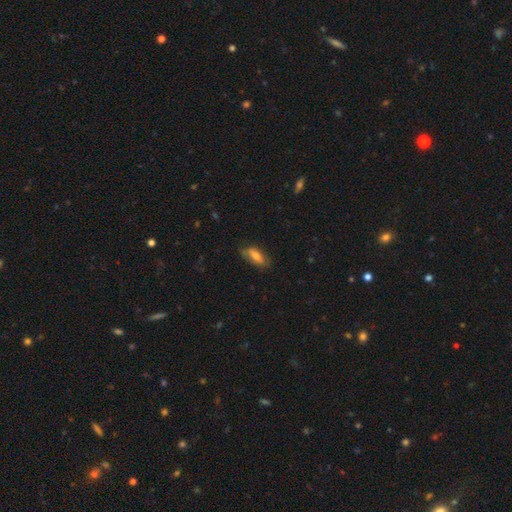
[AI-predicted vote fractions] smooth_or_featured: smooth (p=0.64) [alt: featured or disk p=0.28]
how_rounded: in between (p=0.73) [alt: cigar-shaped p=0.24]
merging: none (p=0.69) [alt: minor disturbance p=0.23]